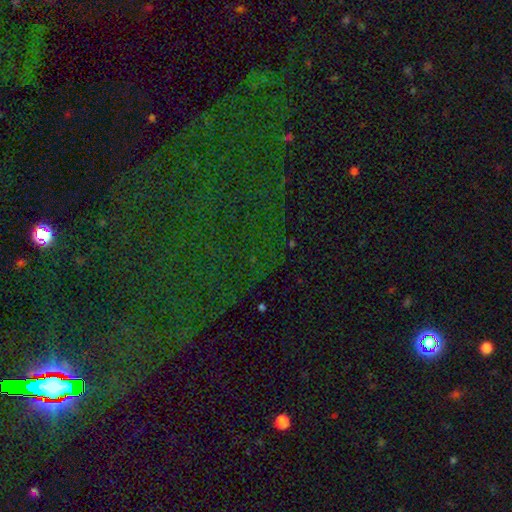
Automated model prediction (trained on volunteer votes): smooth-or-featured: star or artifact: 79% | smooth: 11% | featured or disk: 10%